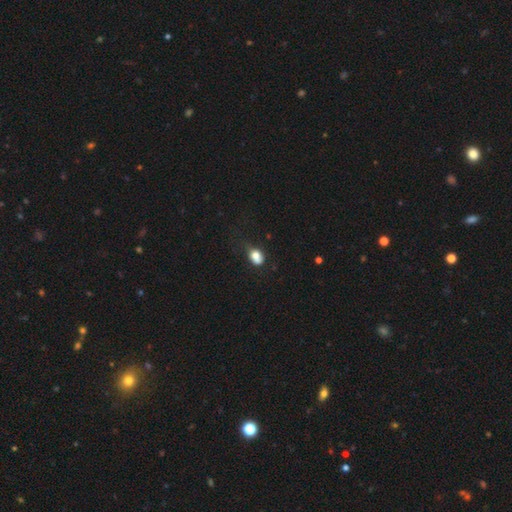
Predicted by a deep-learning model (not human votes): smooth 75%, featured or disk 14%, star or artifact 11%. Down the decision tree: how rounded — in between (61%); merging — none (34%).